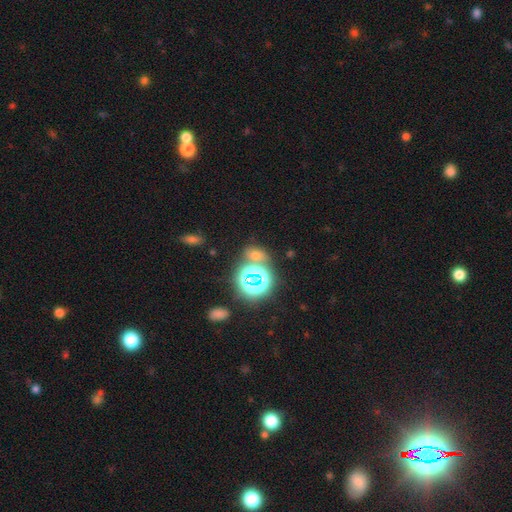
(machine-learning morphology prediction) Smooth or featured?
  - star or artifact: 46% *
  - smooth: 45%
  - featured or disk: 9%